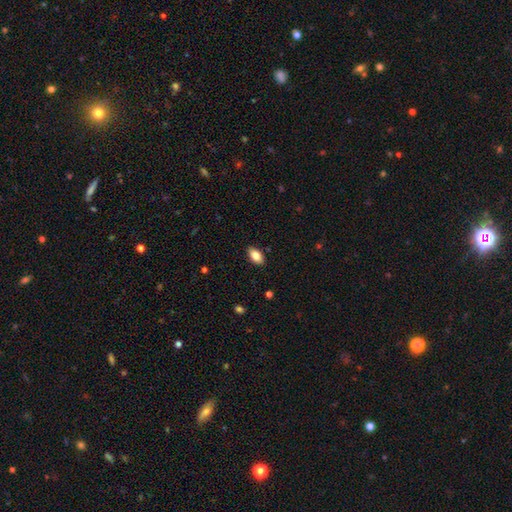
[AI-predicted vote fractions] smooth 83%, featured or disk 10%, star or artifact 8%. Down the decision tree: how rounded — in between (91%); merging — none (88%).